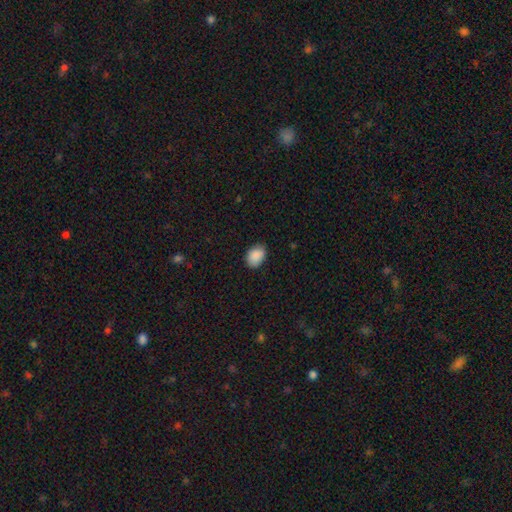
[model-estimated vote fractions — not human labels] Smooth or featured? Predicted: smooth (p=0.89). How rounded? Predicted: in between (p=0.77). Merging? Predicted: none (p=0.80).